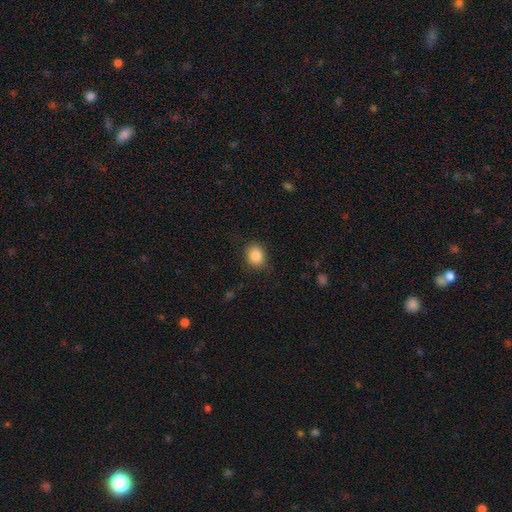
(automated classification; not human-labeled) The model was most divided on "how rounded": round: 57%, in between: 42%, cigar-shaped: 1%. More confident: smooth or featured — smooth (85%); merging — none (83%).